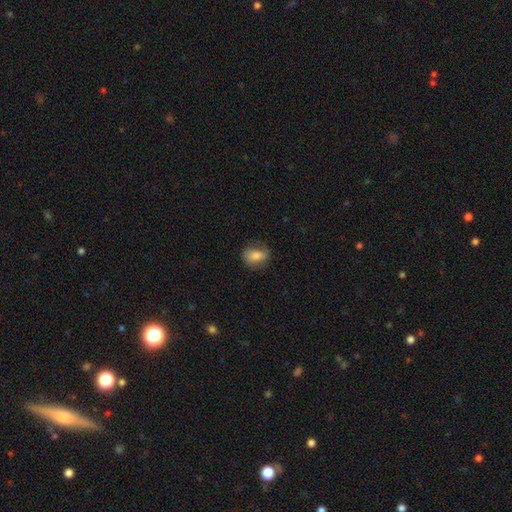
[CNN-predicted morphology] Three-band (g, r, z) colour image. It shows a smooth galaxy with no disk features (73%) that is in between round and cigar-shaped (70%). Merging: none (71%).